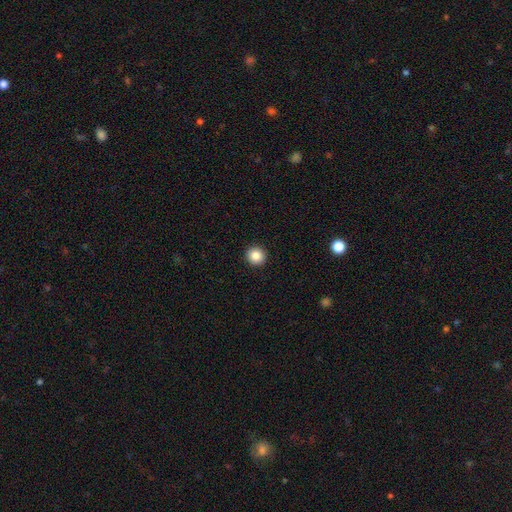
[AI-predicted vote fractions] A smooth galaxy with no disk features (85%) that is round (94%). Merging: none (94%).